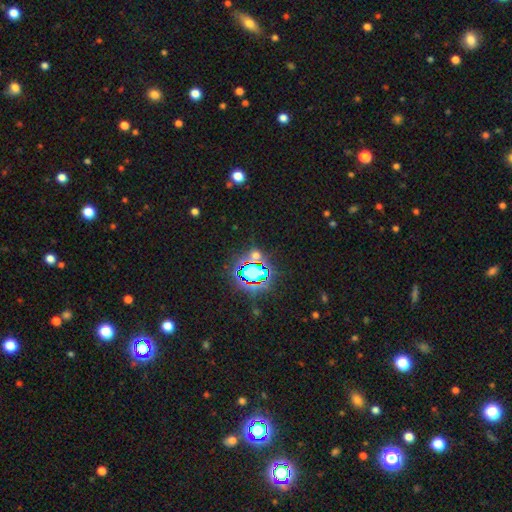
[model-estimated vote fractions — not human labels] smooth-or-featured: star or artifact: 82% | smooth: 12% | featured or disk: 7%